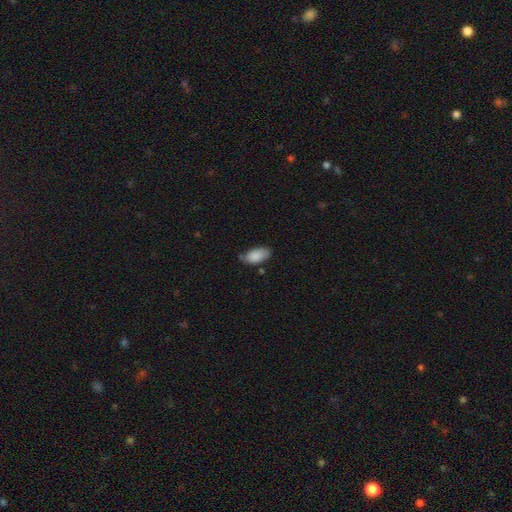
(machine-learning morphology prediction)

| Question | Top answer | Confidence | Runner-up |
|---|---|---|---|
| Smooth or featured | smooth | 86% | featured or disk (8%) |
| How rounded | in between | 94% | cigar-shaped (4%) |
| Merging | none | 62% | minor disturbance (29%) |